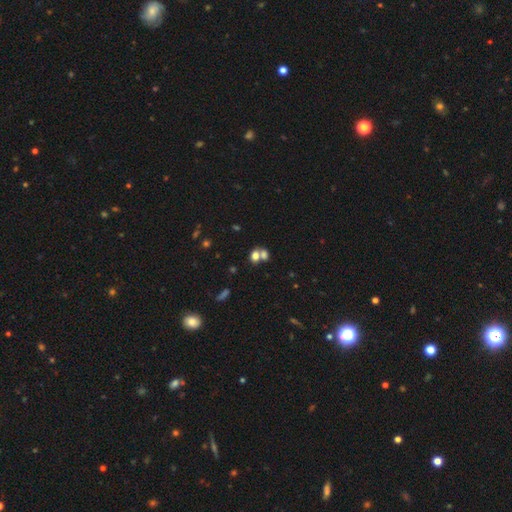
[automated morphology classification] Smooth or featured?
  - smooth: 70% *
  - star or artifact: 16%
  - featured or disk: 14%
How rounded?
  - in between: 54% *
  - round: 45%
  - cigar-shaped: 1%
Merging?
  - merger: 53% *
  - none: 35%
  - minor disturbance: 7%
  - major disturbance: 4%